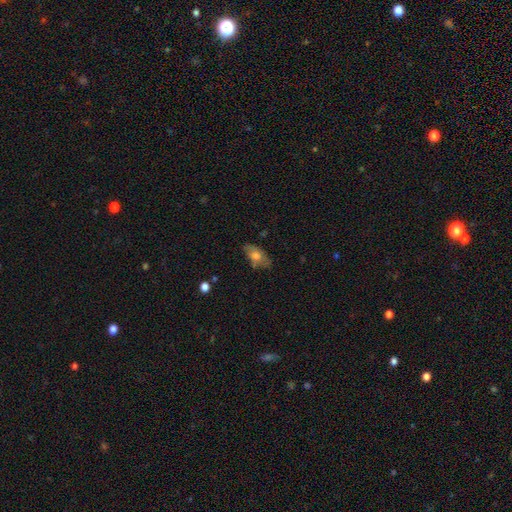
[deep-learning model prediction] A smooth galaxy with no disk features (62%) that is in between round and cigar-shaped (88%). Merging: none (65%).